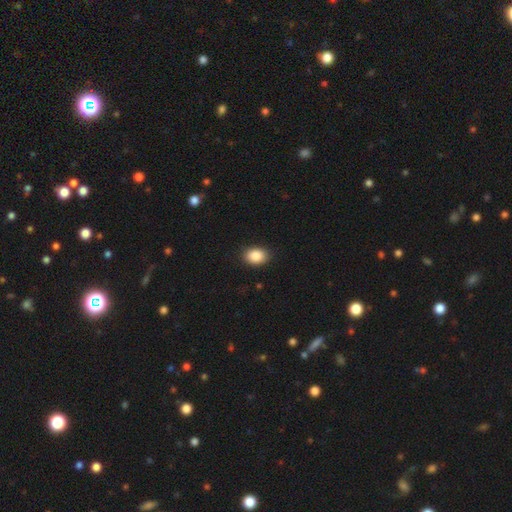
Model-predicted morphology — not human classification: This appears to be a smooth galaxy with no disk features (88%) that is in between round and cigar-shaped (73%). Merging: none (87%).